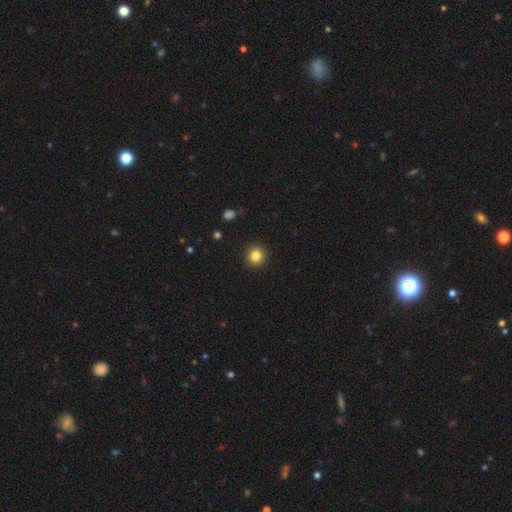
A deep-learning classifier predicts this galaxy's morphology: Smooth or featured? smooth (84%)
How rounded? round (93%)
Merging? none (92%)